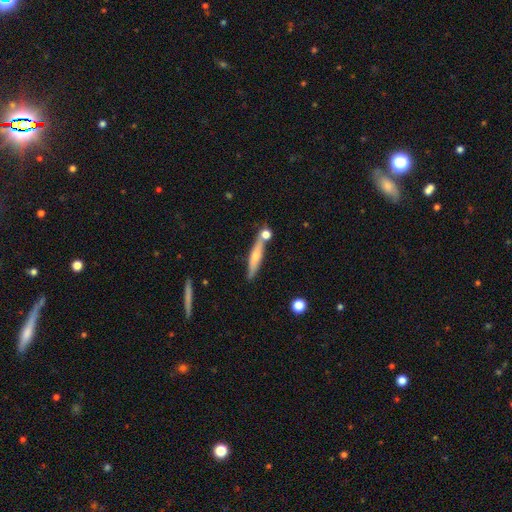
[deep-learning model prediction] Smooth or featured: smooth — 50% (featured or disk — 43%)
How rounded: cigar-shaped — 88% (in between — 10%)
Merging: none — 67% (merger — 17%)